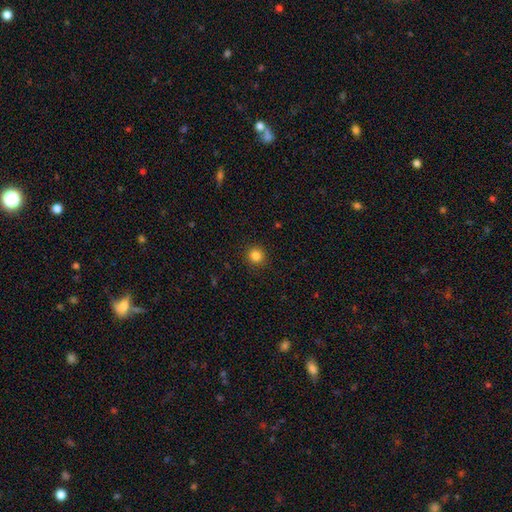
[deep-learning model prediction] smooth 83%, star or artifact 13%, featured or disk 4%. Down the decision tree: how rounded — round (94%); merging — none (92%).